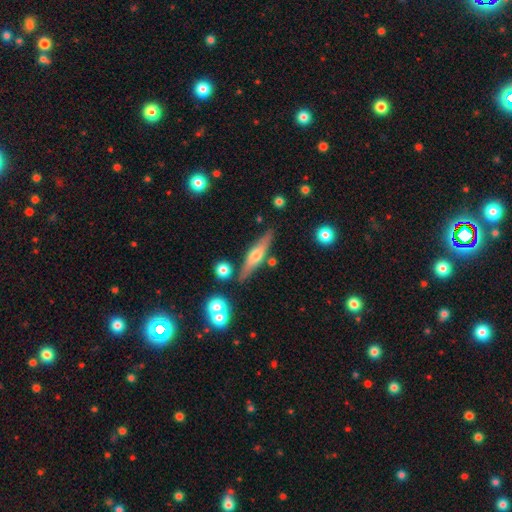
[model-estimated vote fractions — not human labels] smooth_or_featured: featured or disk (p=0.60) [alt: smooth p=0.33]
disk_edge_on: yes (p=0.94) [alt: no p=0.06]
edge_on_bulge: rounded (p=0.88) [alt: boxy p=0.07]
merging: none (p=0.80) [alt: minor disturbance p=0.11]